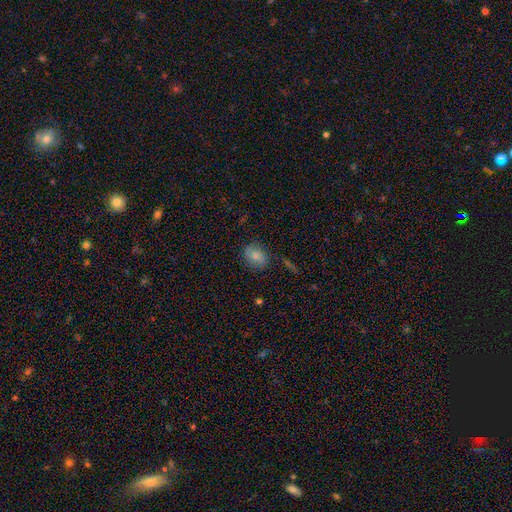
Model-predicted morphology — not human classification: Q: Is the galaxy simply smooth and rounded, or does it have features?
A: smooth — 74%.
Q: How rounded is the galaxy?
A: in between — 56%.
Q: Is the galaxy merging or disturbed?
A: none — 76%.